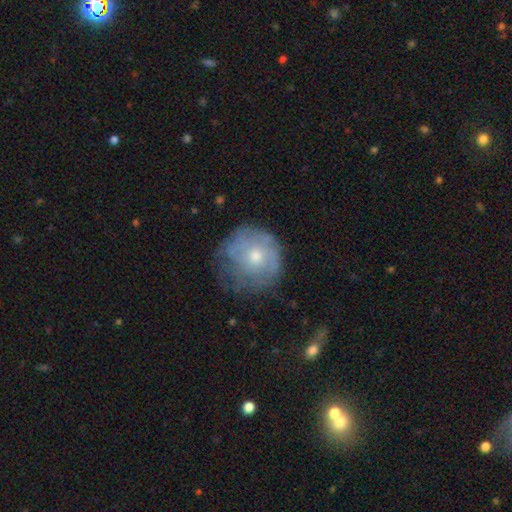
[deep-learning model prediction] A smooth galaxy with no disk features (46%).

Vote fractions:
- Smooth or featured? smooth: 46% / featured or disk: 45% / star or artifact: 8%
- Merging? none: 54% / minor disturbance: 29% / major disturbance: 16% / merger: 2%